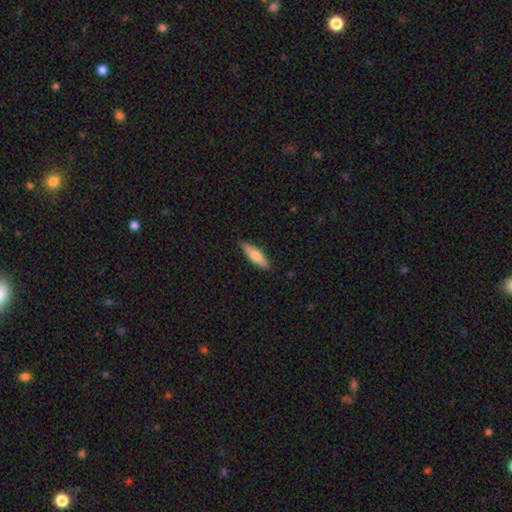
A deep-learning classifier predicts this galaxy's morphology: smooth-or-featured: smooth: 69% | featured or disk: 26% | star or artifact: 6%
  how-rounded: cigar-shaped: 58% | in between: 40% | round: 2%
  merging: none: 87% | minor disturbance: 10% | major disturbance: 2% | merger: 1%